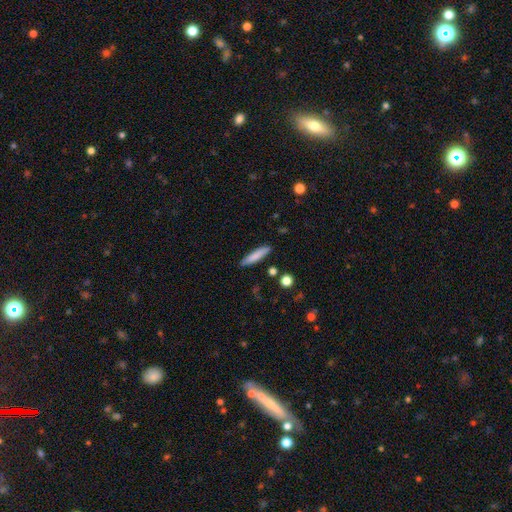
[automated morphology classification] This appears to be a smooth galaxy with no disk features (83%) that is cigar-shaped (83%). Merging: none (87%).